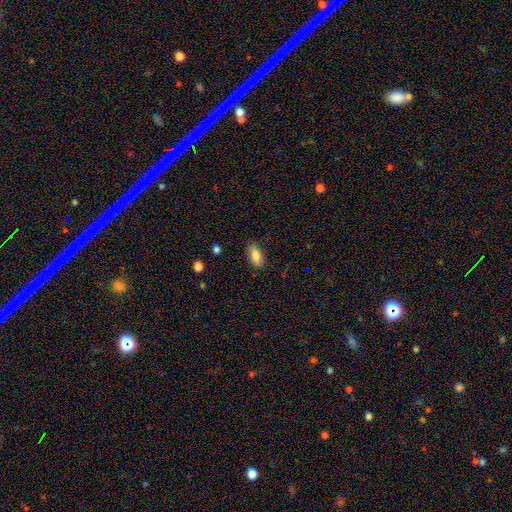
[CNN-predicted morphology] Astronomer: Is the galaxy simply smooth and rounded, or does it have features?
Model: smooth — 84%.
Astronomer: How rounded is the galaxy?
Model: in between — 81%.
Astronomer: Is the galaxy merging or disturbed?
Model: none — 85%.